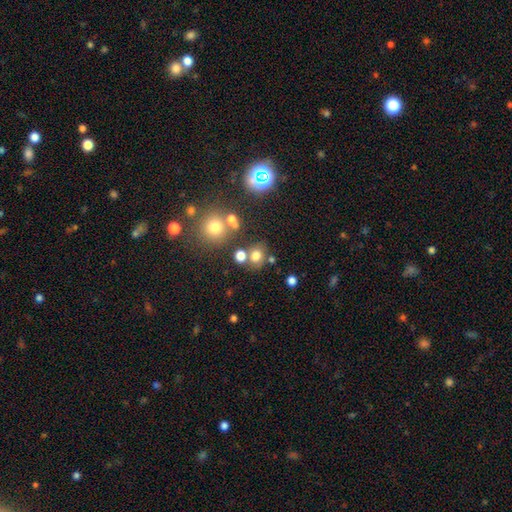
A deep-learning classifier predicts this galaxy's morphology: This appears to be a smooth galaxy with no disk features (70%) that is round (69%). Merging: none (63%).